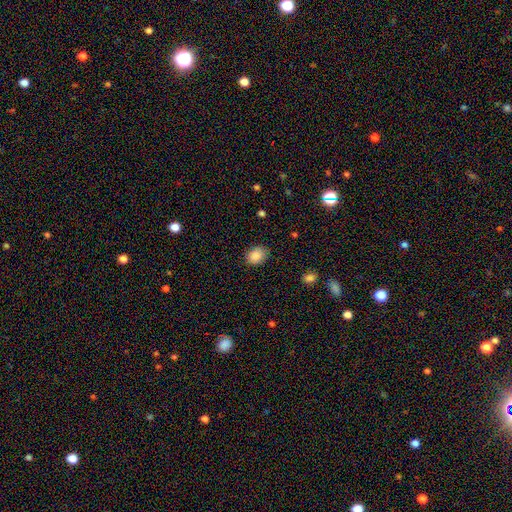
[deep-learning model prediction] smooth_or_featured: smooth (p=0.87) [alt: star or artifact p=0.09]
how_rounded: in between (p=0.61) [alt: round p=0.38]
merging: none (p=0.82) [alt: minor disturbance p=0.14]